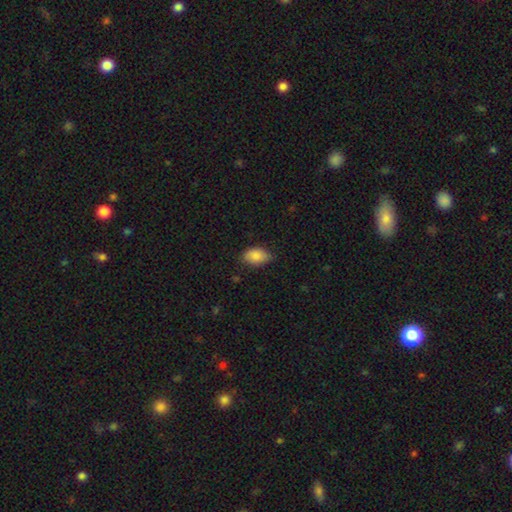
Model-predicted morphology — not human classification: A smooth galaxy with no disk features (86%) that is in between round and cigar-shaped (89%).

Vote fractions:
- Smooth or featured? smooth: 86% / star or artifact: 7% / featured or disk: 7%
- How rounded? in between: 89% / round: 9% / cigar-shaped: 2%
- Merging? none: 73% / minor disturbance: 23% / major disturbance: 3% / merger: 1%